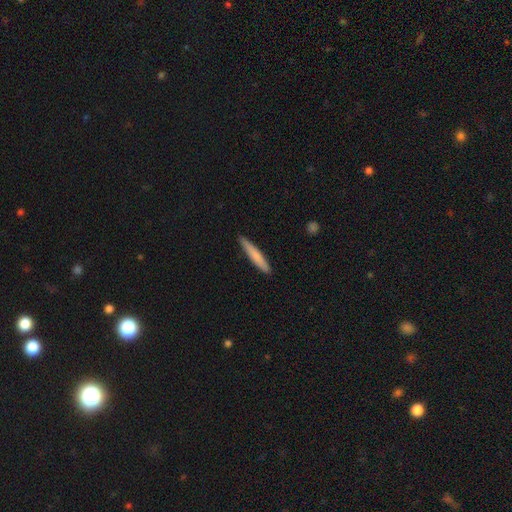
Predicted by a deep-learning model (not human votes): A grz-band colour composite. It shows a smooth galaxy with no disk features (74%) that is cigar-shaped (94%). Merging: none (90%).